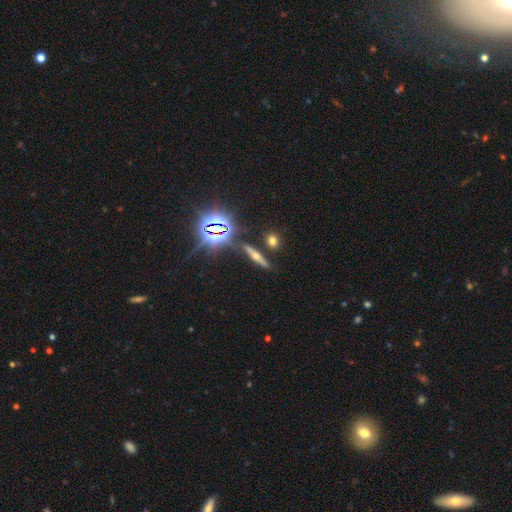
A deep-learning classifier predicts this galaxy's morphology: A featured or disk galaxy (39%). Merging: none (83%).